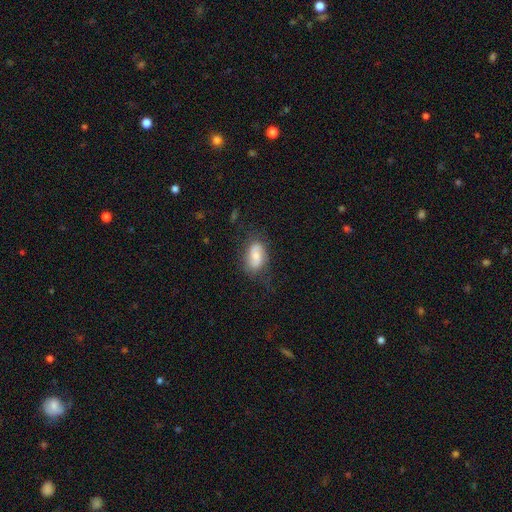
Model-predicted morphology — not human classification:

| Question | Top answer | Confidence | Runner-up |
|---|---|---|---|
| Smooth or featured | smooth | 60% | featured or disk (33%) |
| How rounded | in between | 89% | round (8%) |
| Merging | none | 62% | minor disturbance (25%) |